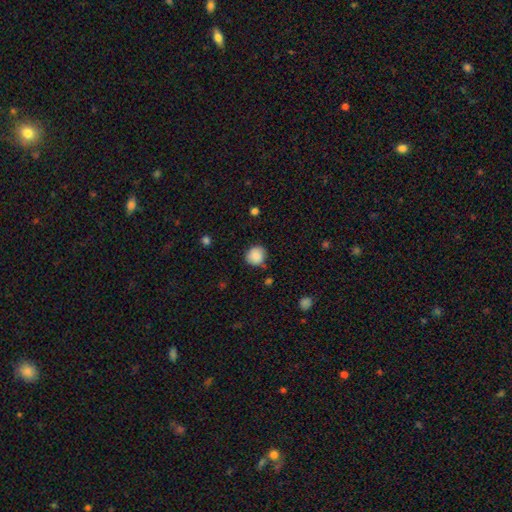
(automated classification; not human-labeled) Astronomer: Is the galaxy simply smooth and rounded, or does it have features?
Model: smooth — 87%.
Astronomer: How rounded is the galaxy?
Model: round — 86%.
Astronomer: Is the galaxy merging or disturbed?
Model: none — 79%.